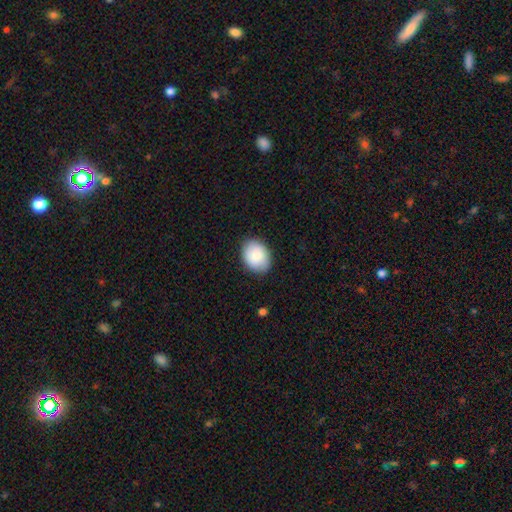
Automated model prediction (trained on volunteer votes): Smooth or featured?
  - smooth: 85% *
  - featured or disk: 9%
  - star or artifact: 6%
How rounded?
  - in between: 63% *
  - round: 37%
  - cigar-shaped: 1%
Merging?
  - none: 85% *
  - minor disturbance: 11%
  - major disturbance: 2%
  - merger: 1%